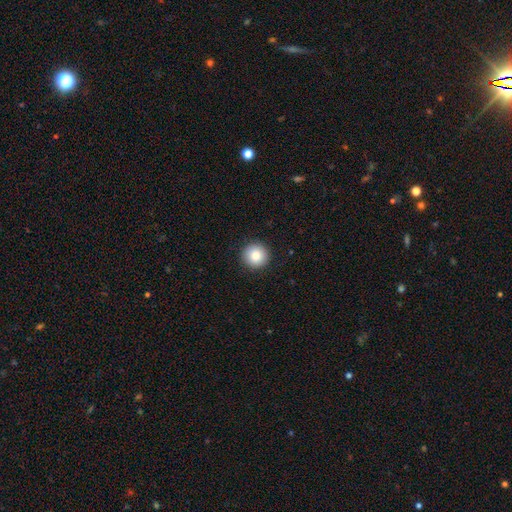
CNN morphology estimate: type=smooth (84%); roundness=round (96%); merging=none (92%).